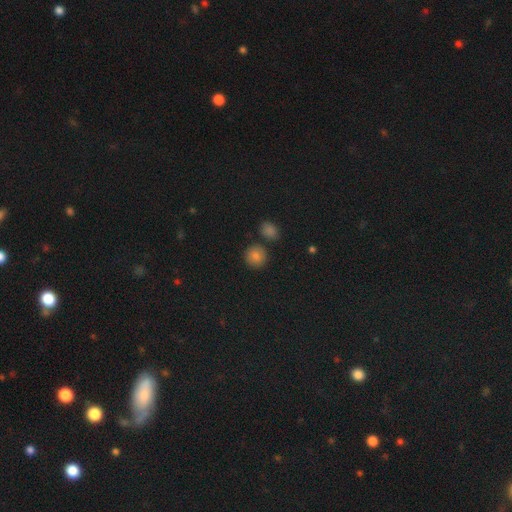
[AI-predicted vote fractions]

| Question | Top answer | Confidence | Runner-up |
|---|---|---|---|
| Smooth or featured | smooth | 80% | star or artifact (13%) |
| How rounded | round | 90% | in between (9%) |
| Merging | none | 81% | merger (9%) |